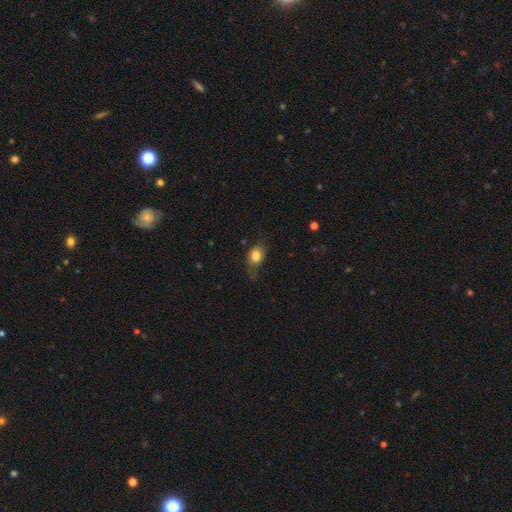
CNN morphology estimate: Smooth or featured?
  - smooth: 78% *
  - featured or disk: 13%
  - star or artifact: 9%
How rounded?
  - in between: 66% *
  - round: 32%
  - cigar-shaped: 2%
Merging?
  - none: 44% *
  - minor disturbance: 32%
  - major disturbance: 22%
  - merger: 2%